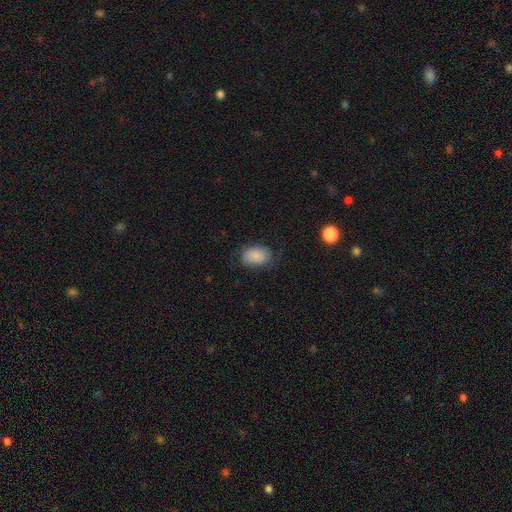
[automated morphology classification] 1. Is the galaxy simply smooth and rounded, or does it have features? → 81% smooth, 11% featured or disk, 8% star or artifact.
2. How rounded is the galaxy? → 84% in between, 15% round, 1% cigar-shaped.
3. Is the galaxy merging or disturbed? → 61% none, 25% minor disturbance, 12% major disturbance, 1% merger.